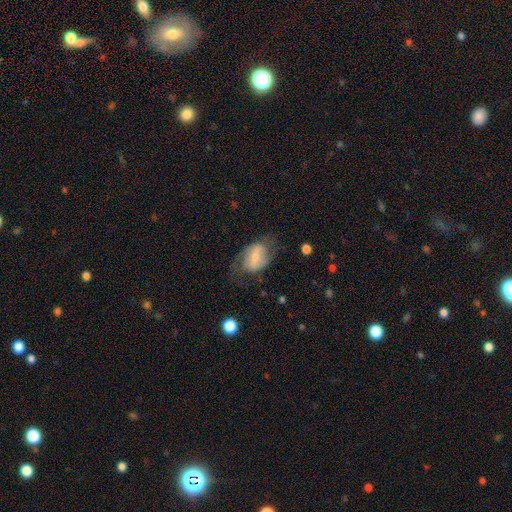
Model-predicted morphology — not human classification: Overall: featured or disk (49%; smooth 45%). Merging: none (54%; minor disturbance 24%).